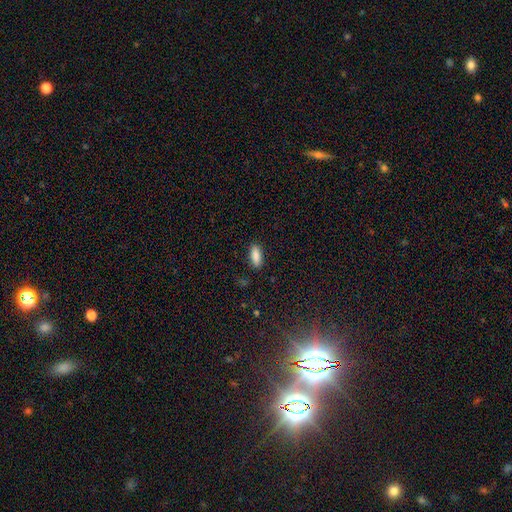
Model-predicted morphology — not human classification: smooth_or_featured: smooth (p=0.87) [alt: star or artifact p=0.07]
how_rounded: in between (p=0.73) [alt: cigar-shaped p=0.25]
merging: none (p=0.88) [alt: minor disturbance p=0.09]